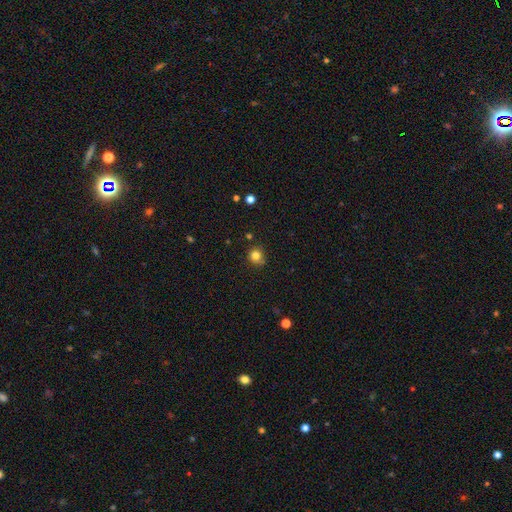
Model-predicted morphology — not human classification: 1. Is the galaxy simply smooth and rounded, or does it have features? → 81% smooth, 13% star or artifact, 6% featured or disk.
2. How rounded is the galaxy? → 87% round, 13% in between, 1% cigar-shaped.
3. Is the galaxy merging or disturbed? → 77% none, 16% minor disturbance, 3% major disturbance, 3% merger.